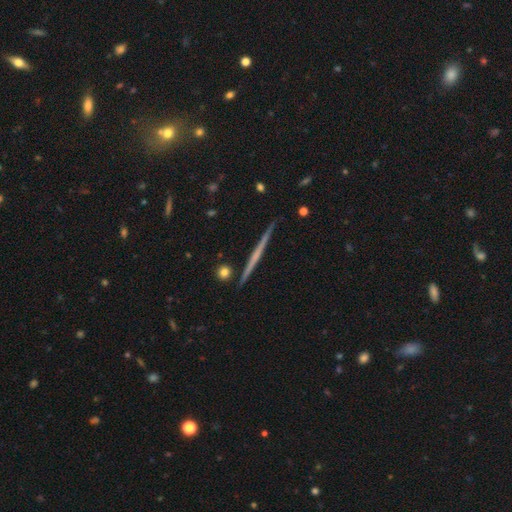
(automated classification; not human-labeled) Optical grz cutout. It shows a featured or disk galaxy (67%) viewed edge-on (98%) with no central bulge (76%). Merging: none (91%).